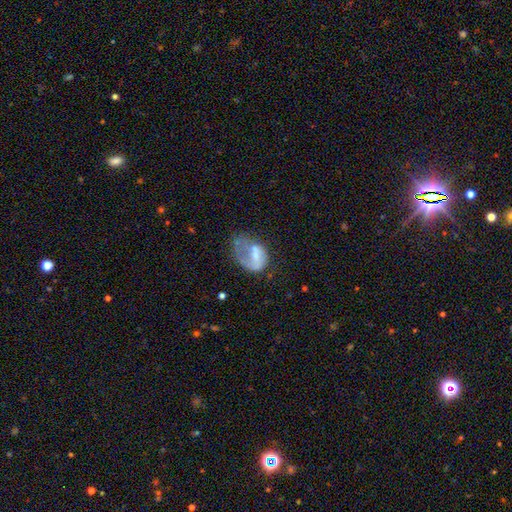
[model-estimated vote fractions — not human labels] Smooth or featured?
  - featured or disk: 46% * (tied)
  - smooth: 46% * (tied)
  - star or artifact: 8%
Merging?
  - major disturbance: 51% *
  - none: 22%
  - minor disturbance: 22%
  - merger: 5%